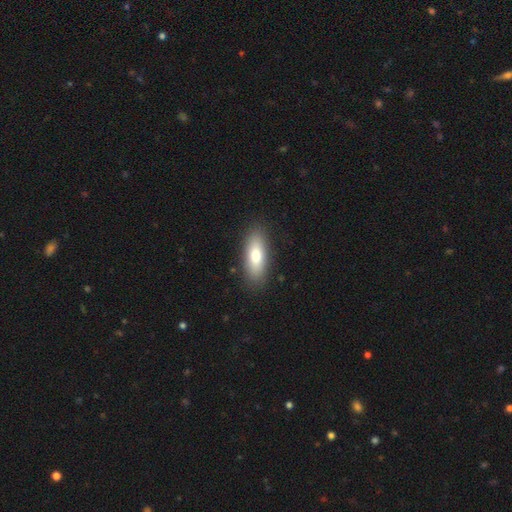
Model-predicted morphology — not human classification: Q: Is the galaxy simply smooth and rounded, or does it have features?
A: smooth — 78%.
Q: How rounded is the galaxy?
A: in between — 72%.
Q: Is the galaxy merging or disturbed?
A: none — 87%.